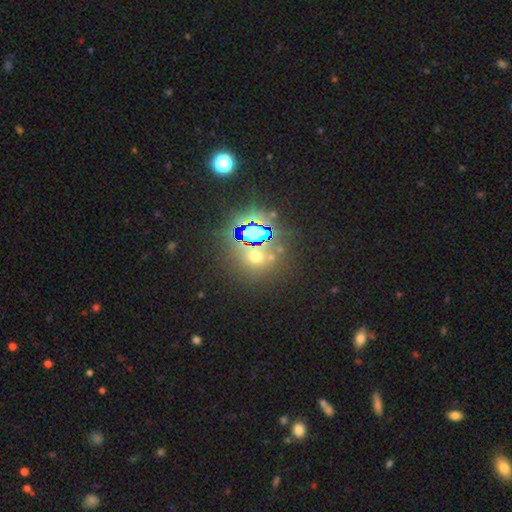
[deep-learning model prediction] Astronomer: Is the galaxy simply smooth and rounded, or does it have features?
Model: star or artifact — 53% (runner-up: smooth, 38%).